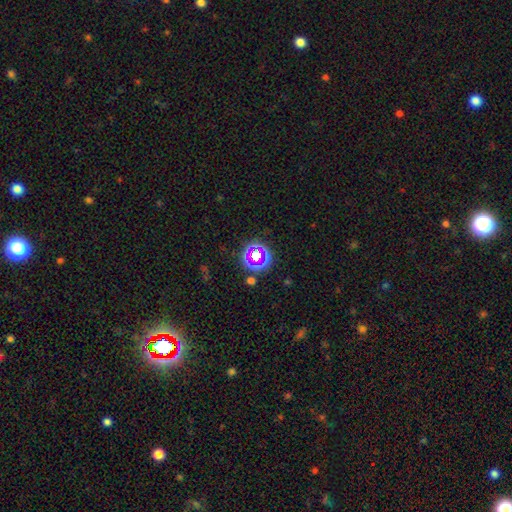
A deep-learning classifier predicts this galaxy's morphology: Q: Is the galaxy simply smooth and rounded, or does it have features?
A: star or artifact — 50%.